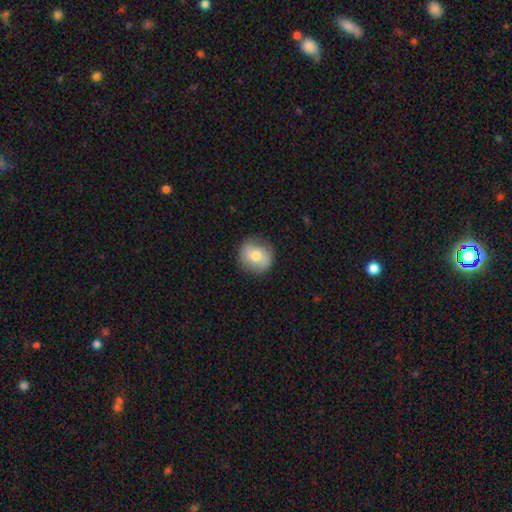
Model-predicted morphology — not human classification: A smooth galaxy with no disk features (72%) that is round (87%).

Vote fractions:
- Smooth or featured? smooth: 72% / featured or disk: 20% / star or artifact: 8%
- How rounded? round: 87% / in between: 12% / cigar-shaped: 1%
- Merging? none: 85% / minor disturbance: 11% / major disturbance: 3% / merger: 1%